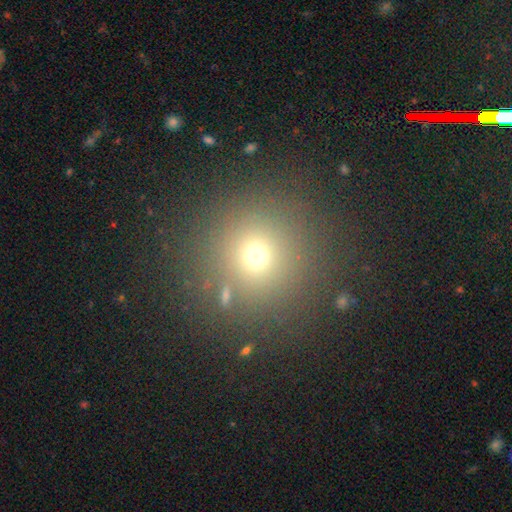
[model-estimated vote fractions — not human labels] smooth_or_featured: smooth (p=0.66) [alt: star or artifact p=0.25]
how_rounded: round (p=0.95) [alt: in between p=0.04]
merging: none (p=0.86) [alt: minor disturbance p=0.07]